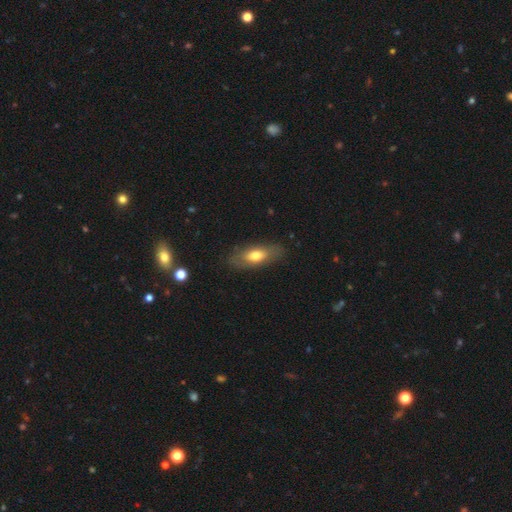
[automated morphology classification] Smooth or featured? Predicted: smooth (p=0.67). How rounded? Predicted: in between (p=0.80). Merging? Predicted: none (p=0.82).